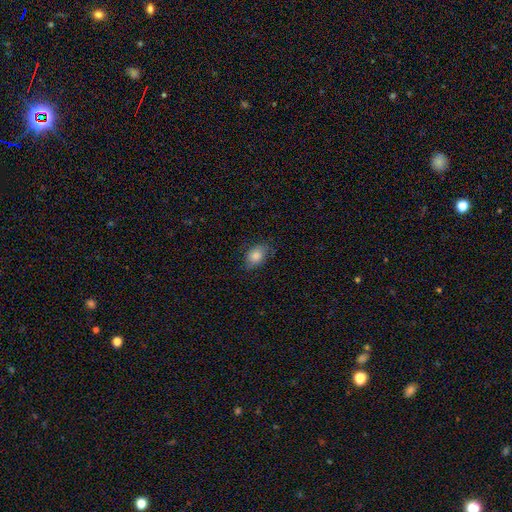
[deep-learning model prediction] Smooth or featured?
  - smooth: 81% *
  - featured or disk: 10%
  - star or artifact: 8%
How rounded?
  - in between: 83% *
  - round: 16%
  - cigar-shaped: 2%
Merging?
  - none: 75% *
  - minor disturbance: 20%
  - major disturbance: 4%
  - merger: 1%